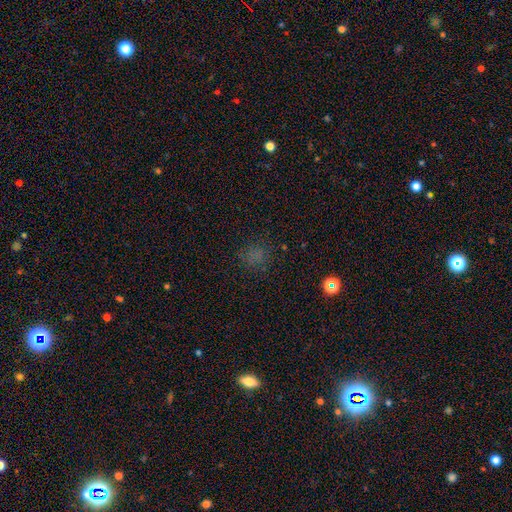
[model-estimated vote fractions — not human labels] Smooth or featured: smooth — 61% (star or artifact — 31%)
How rounded: round — 84% (in between — 15%)
Merging: none — 79% (minor disturbance — 13%)